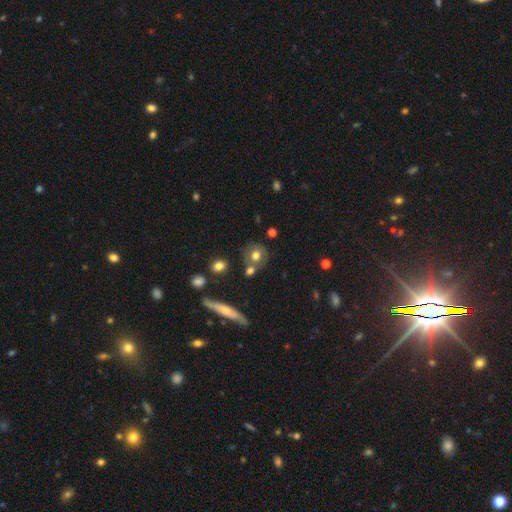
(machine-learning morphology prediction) Smooth or featured? Predicted: smooth (p=0.67). How rounded? Predicted: round (p=0.81). Merging? Predicted: none (p=0.64).